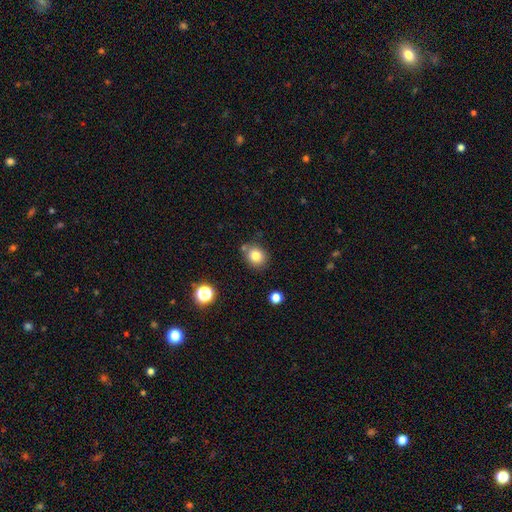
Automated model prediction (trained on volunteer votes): Overall: smooth (80%). How rounded: round (74%). Merging: none (74%).